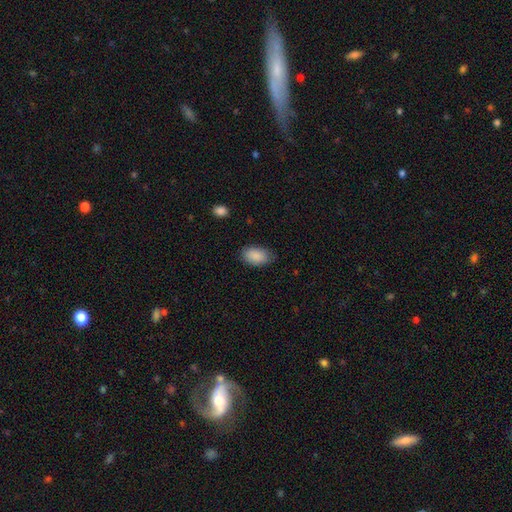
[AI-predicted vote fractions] Smooth or featured?
  - smooth: 90% *
  - star or artifact: 6%
  - featured or disk: 4%
How rounded?
  - in between: 93% *
  - round: 6%
  - cigar-shaped: 1%
Merging?
  - none: 80% *
  - minor disturbance: 16%
  - major disturbance: 3%
  - merger: 1%